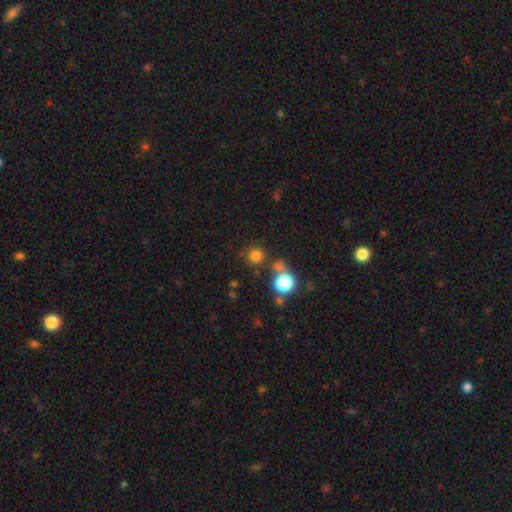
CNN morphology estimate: This appears to be a smooth galaxy with no disk features (76%) that is round (91%). Merging: none (75%).